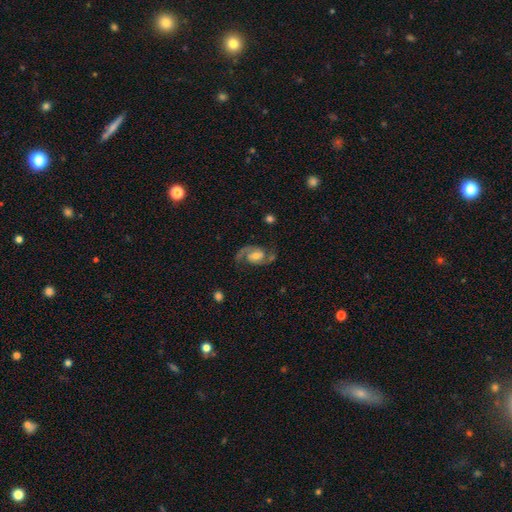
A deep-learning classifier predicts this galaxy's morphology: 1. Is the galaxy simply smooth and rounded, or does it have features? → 89% featured or disk, 5% smooth, 5% star or artifact.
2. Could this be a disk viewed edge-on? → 98% no, 2% yes.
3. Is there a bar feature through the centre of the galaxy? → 45% weak, 43% no, 13% strong.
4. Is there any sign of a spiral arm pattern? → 98% yes, 2% no.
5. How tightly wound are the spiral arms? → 57% medium, 28% loose, 15% tight.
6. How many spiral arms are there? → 93% 2, 2% 1, 2% can't tell, 1% 3, 1% 4, 1% more than 4.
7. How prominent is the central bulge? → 55% moderate, 30% small, 9% large, 4% none, 1% dominant.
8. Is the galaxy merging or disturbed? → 75% none, 14% minor disturbance, 8% major disturbance, 3% merger.